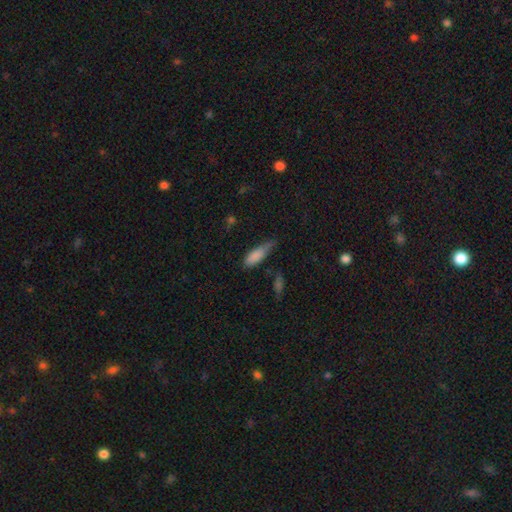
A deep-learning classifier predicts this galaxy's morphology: Q: Smooth or featured?
A: smooth (83%); runner-up: featured or disk (9%)
Q: How rounded?
A: in between (62%); runner-up: cigar-shaped (36%)
Q: Merging?
A: minor disturbance (44%); runner-up: none (38%)